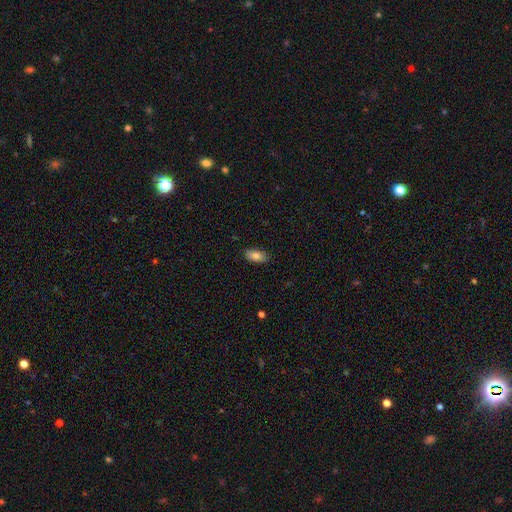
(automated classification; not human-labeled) Smooth or featured?
  - smooth: 82% *
  - featured or disk: 11%
  - star or artifact: 7%
How rounded?
  - in between: 89% *
  - cigar-shaped: 8%
  - round: 3%
Merging?
  - none: 87% *
  - minor disturbance: 10%
  - major disturbance: 2%
  - merger: 1%